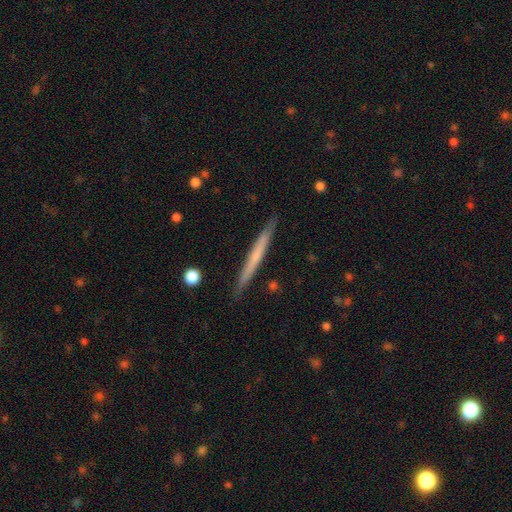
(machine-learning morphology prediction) smooth-or-featured: smooth: 47% (tied) | featured or disk: 47% (tied) | star or artifact: 6%
  merging: none: 90% | minor disturbance: 7% | major disturbance: 1% | merger: 1%